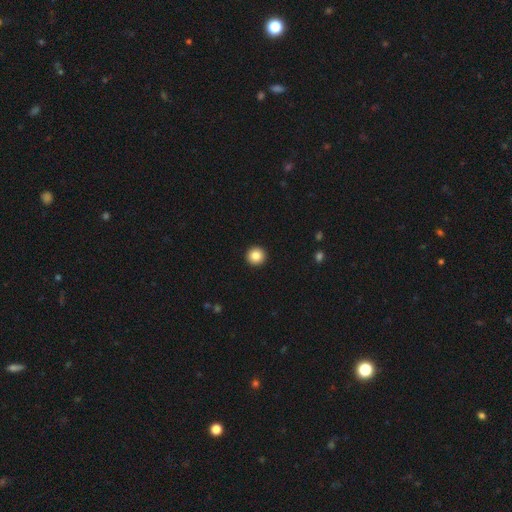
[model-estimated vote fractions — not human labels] Smooth or featured?
  - smooth: 85% *
  - star or artifact: 9%
  - featured or disk: 5%
How rounded?
  - round: 96% *
  - in between: 3%
  - cigar-shaped: 1%
Merging?
  - none: 94% *
  - minor disturbance: 3%
  - major disturbance: 1%
  - merger: 1%